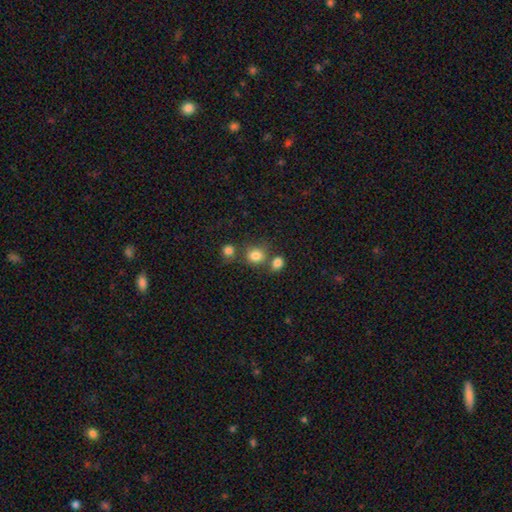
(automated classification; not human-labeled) smooth-or-featured: smooth: 81% | star or artifact: 13% | featured or disk: 7%
  how-rounded: round: 75% | in between: 24% | cigar-shaped: 1%
  merging: none: 60% | merger: 24% | minor disturbance: 11% | major disturbance: 5%